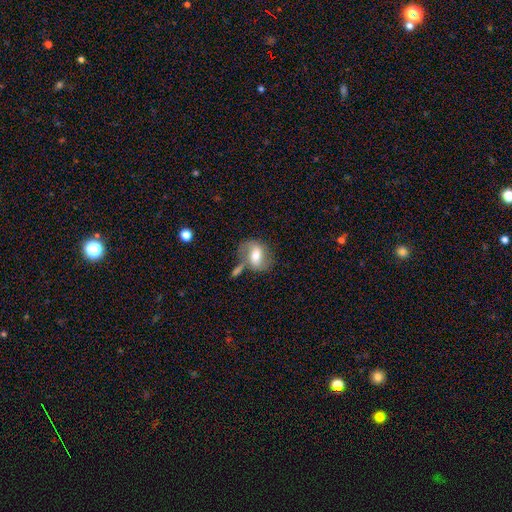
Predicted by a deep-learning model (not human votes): Overall: featured or disk (49%; smooth 43%). Merging: none (49%; merger 21%).